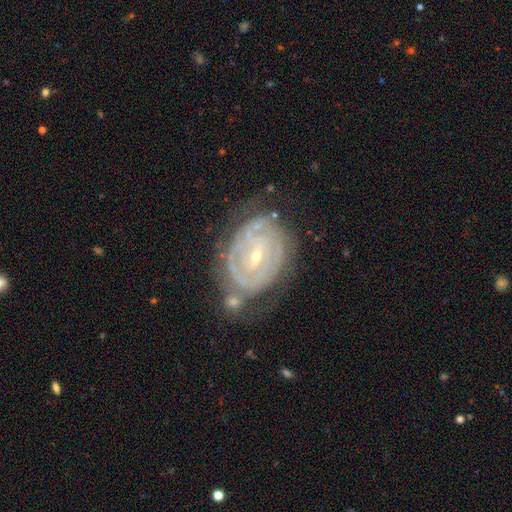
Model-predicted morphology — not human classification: Smooth or featured? featured or disk (85%)
Edge-on disk? no (96%)
Bar? weak (42%)
Spiral arms? yes (89%)
Spiral winding? tight (79%)
Spiral arm count? can't tell (40%)
Bulge size? small (70%)
Merging? none (55%)